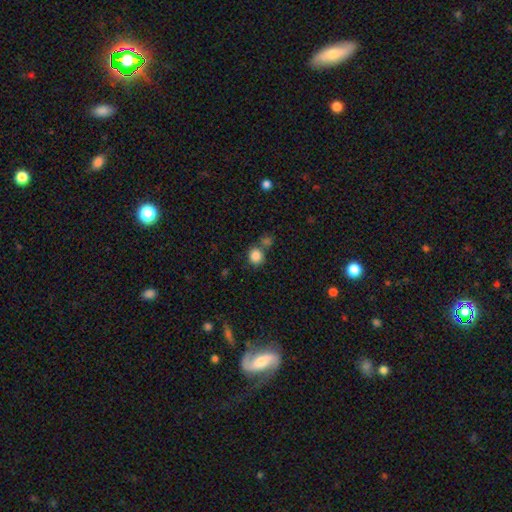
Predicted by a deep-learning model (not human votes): A smooth galaxy with no disk features (85%) that is round (88%). Merging: none (67%).